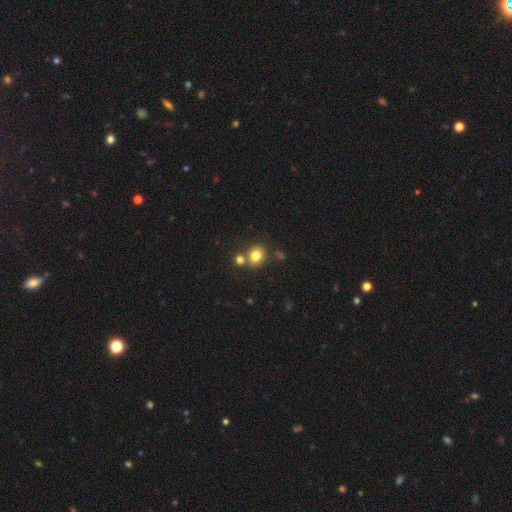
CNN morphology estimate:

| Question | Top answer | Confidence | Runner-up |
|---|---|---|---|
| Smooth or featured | smooth | 80% | star or artifact (11%) |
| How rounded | round | 61% | in between (39%) |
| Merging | none | 62% | merger (26%) |